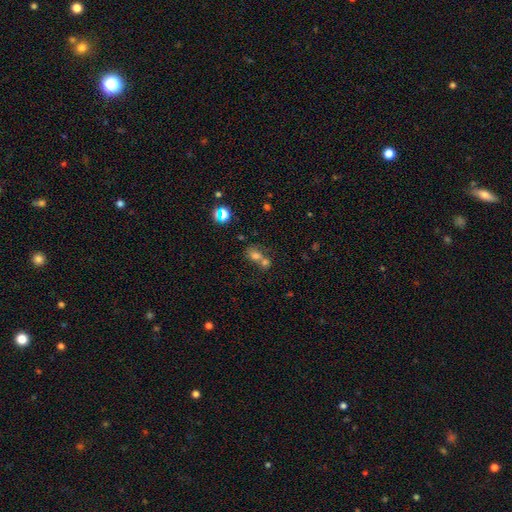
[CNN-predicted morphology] A smooth galaxy with no disk features (66%) that is round (52%).

Vote fractions:
- Smooth or featured? smooth: 66% / star or artifact: 19% / featured or disk: 15%
- How rounded? round: 52% / in between: 47% / cigar-shaped: 2%
- Merging? merger: 62% / none: 26% / minor disturbance: 7% / major disturbance: 5%